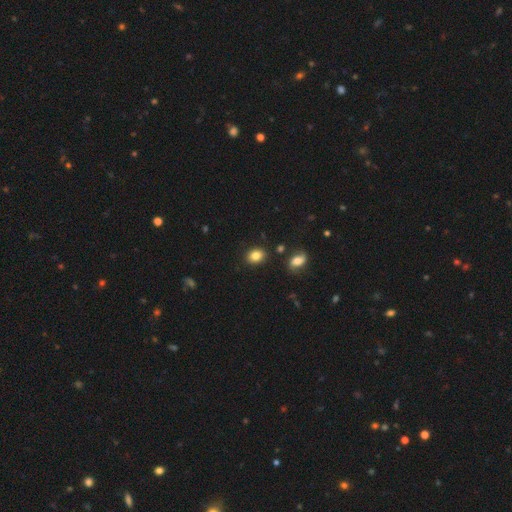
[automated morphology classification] Smooth or featured? Predicted: smooth (p=0.83). How rounded? Predicted: in between (p=0.60). Merging? Predicted: none (p=0.85).